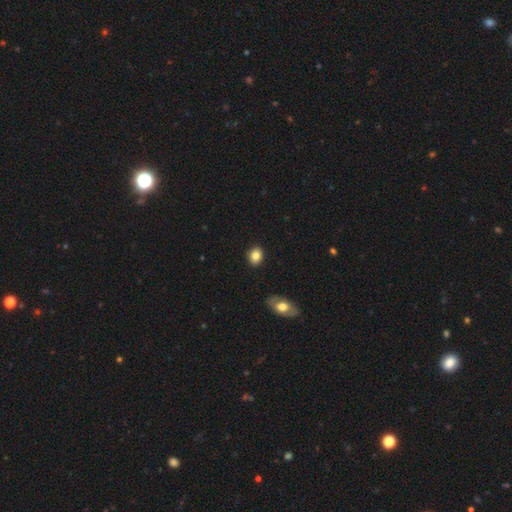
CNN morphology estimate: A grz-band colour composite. It shows a smooth galaxy with no disk features (82%) that is in between round and cigar-shaped (50%). Merging: none (90%).